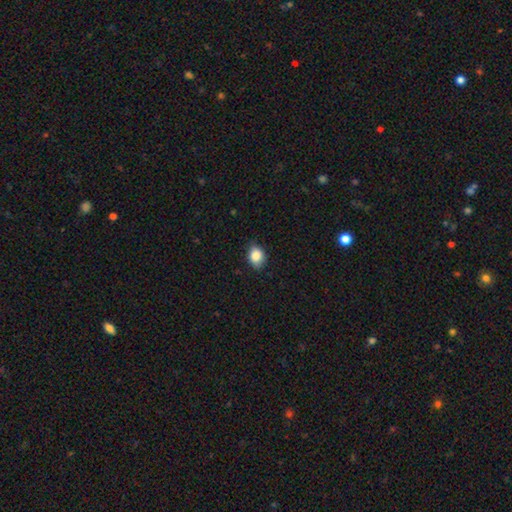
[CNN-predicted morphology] A smooth galaxy with no disk features (85%) that is in between round and cigar-shaped (60%). Merging: none (77%).